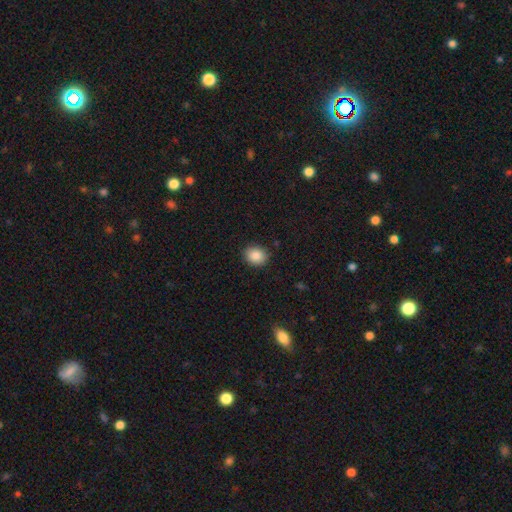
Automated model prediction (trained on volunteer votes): A smooth galaxy with no disk features (87%) that is round (62%).

Vote fractions:
- Smooth or featured? smooth: 87% / star or artifact: 9% / featured or disk: 4%
- How rounded? round: 62% / in between: 37% / cigar-shaped: 1%
- Merging? none: 89% / minor disturbance: 7% / major disturbance: 2% / merger: 1%